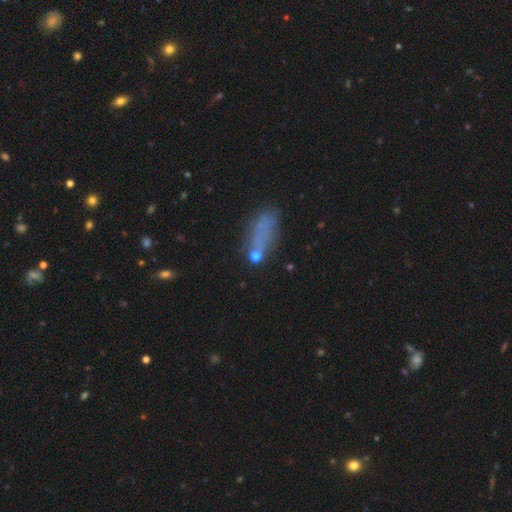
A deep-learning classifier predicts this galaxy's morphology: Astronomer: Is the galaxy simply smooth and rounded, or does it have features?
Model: smooth — 54%.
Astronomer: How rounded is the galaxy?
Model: in between — 66%.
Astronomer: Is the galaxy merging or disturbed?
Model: none — 45% (runner-up: major disturbance, 21%).